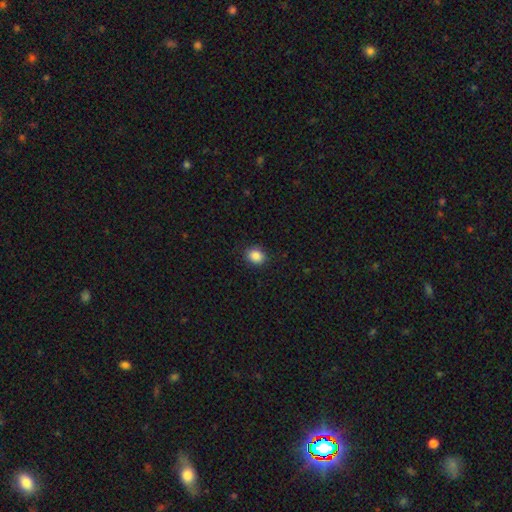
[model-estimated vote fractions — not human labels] A smooth galaxy with no disk features (87%) that is round (63%). Merging: none (88%).